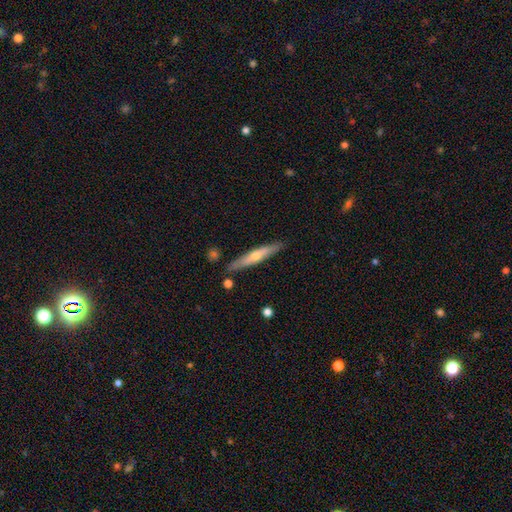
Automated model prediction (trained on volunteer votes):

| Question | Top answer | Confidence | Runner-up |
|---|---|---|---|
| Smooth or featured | featured or disk | 55% | smooth (40%) |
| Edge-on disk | yes | 92% | no (8%) |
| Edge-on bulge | rounded | 80% | none (16%) |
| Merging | none | 86% | minor disturbance (10%) |